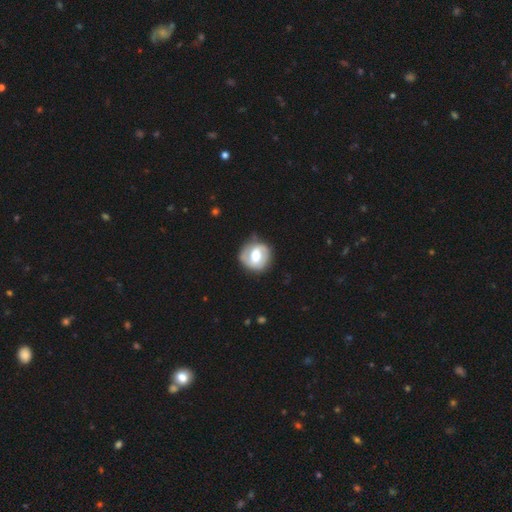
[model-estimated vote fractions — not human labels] A featured or disk galaxy (64%) with a weak bar (44%), spiral arms (71%) and a moderate central bulge (72%). Merging: none (79%).